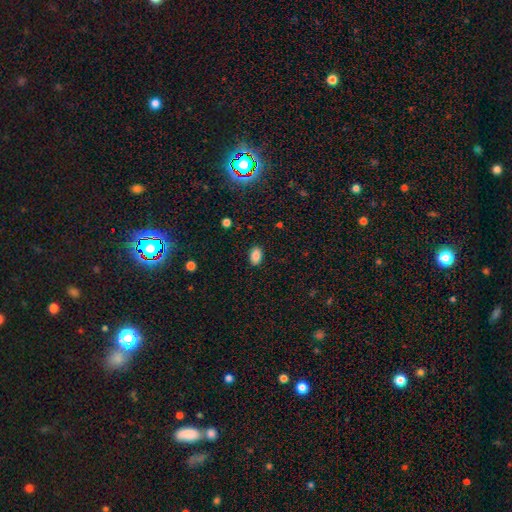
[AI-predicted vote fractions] A smooth galaxy with no disk features (87%) that is in between round and cigar-shaped (89%).

Vote fractions:
- Smooth or featured? smooth: 87% / star or artifact: 9% / featured or disk: 4%
- How rounded? in between: 89% / round: 10% / cigar-shaped: 1%
- Merging? none: 88% / minor disturbance: 9% / major disturbance: 2% / merger: 1%